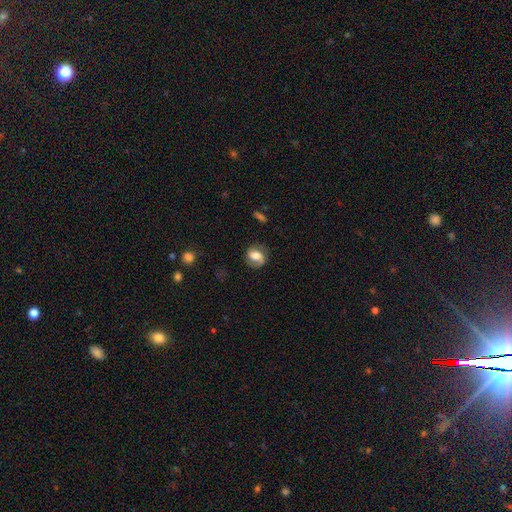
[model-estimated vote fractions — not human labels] Smooth or featured? featured or disk (48%)
Merging? none (72%)